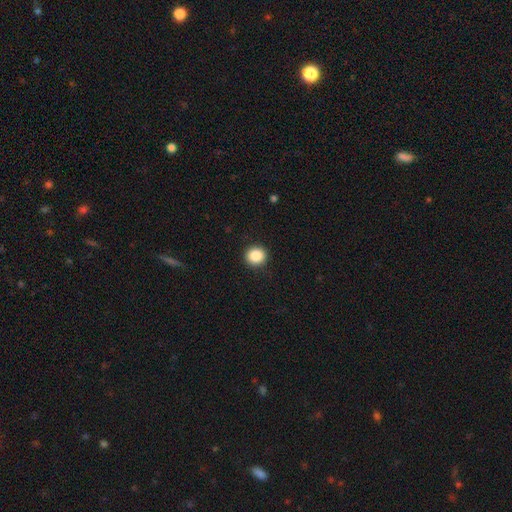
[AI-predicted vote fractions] The model was most divided on "smooth or featured": smooth: 87%, star or artifact: 9%, featured or disk: 4%. More confident: merging — none (92%); how rounded — round (88%).